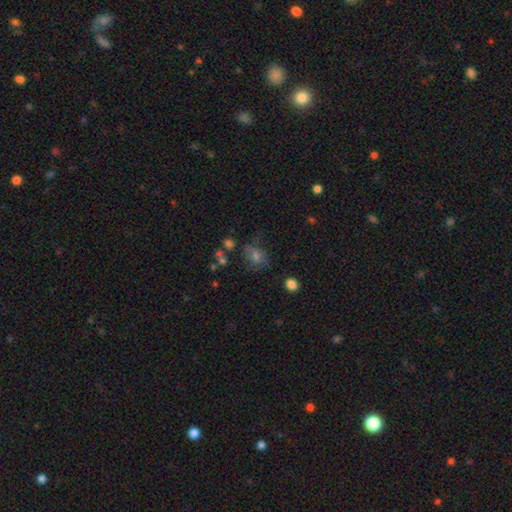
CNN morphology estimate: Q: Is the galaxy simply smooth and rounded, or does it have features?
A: smooth — 51%.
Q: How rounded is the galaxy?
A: round — 58%.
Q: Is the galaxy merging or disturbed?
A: none — 60%.